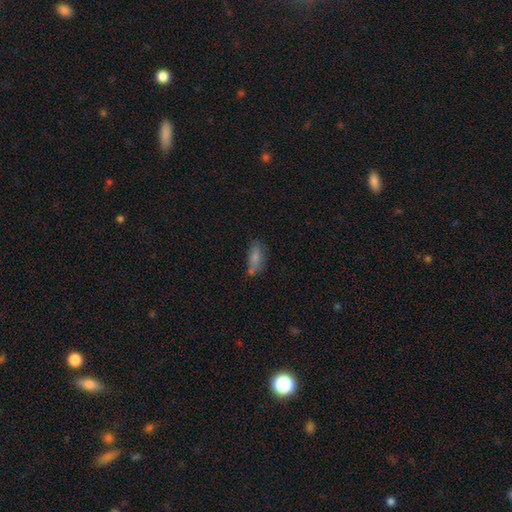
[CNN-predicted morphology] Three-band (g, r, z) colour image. It shows a smooth galaxy with no disk features (68%) that is in between round and cigar-shaped (60%). Merging: none (63%).